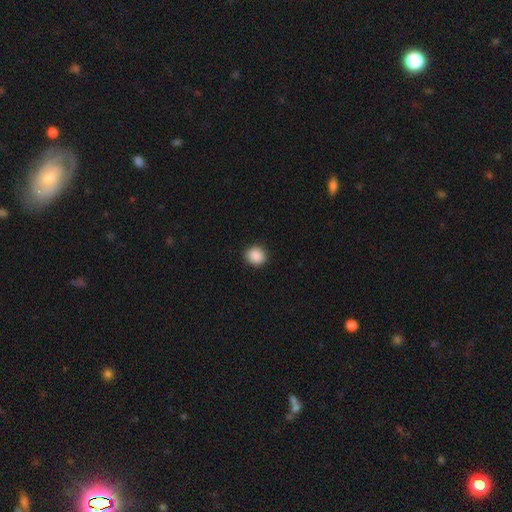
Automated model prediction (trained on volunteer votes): Overall: smooth (89%). How rounded: round (84%). Merging: none (91%).